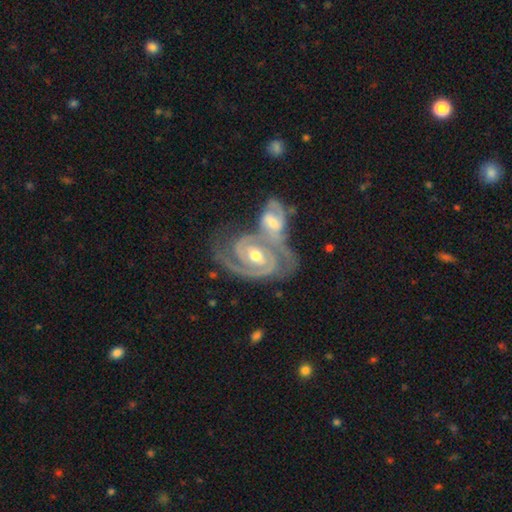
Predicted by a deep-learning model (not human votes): smooth-or-featured: featured or disk: 93% | smooth: 4% | star or artifact: 4%
  disk-edge-on: no: 97% | yes: 3%
    bar: no: 41% | weak: 39% | strong: 20%
    has-spiral-arms: yes: 98% | no: 2%
      spiral-winding: tight: 68% | medium: 28% | loose: 4%
      spiral-arm-count: 2: 78% | 3: 10% | can't tell: 5% | 1: 3% | 4: 2% | more than 4: 2%
    bulge-size: moderate: 68% | small: 27% | large: 3% | none: 1% | dominant: 1%
  merging: merger: 61% | none: 25% | minor disturbance: 9% | major disturbance: 5%